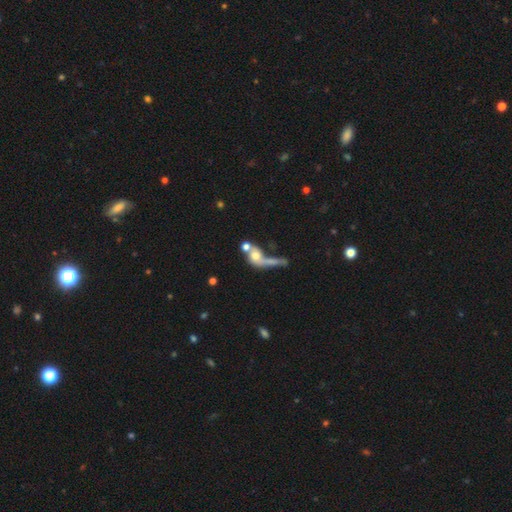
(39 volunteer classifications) Q: Smooth or featured?
A: smooth (59%); runner-up: featured or disk (41%)
Q: How rounded?
A: round (48%); tied with: in between (48%)
Q: Merging?
A: major disturbance (38%); tied with: merger (38%)